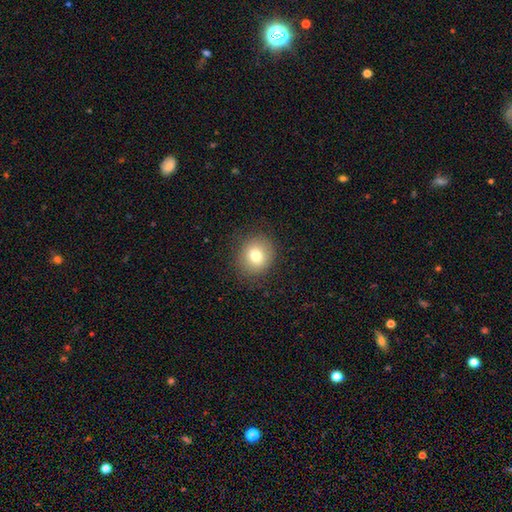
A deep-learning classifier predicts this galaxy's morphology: Q: Smooth or featured?
A: smooth (77%); runner-up: featured or disk (12%)
Q: How rounded?
A: round (79%); runner-up: in between (21%)
Q: Merging?
A: none (86%); runner-up: minor disturbance (9%)